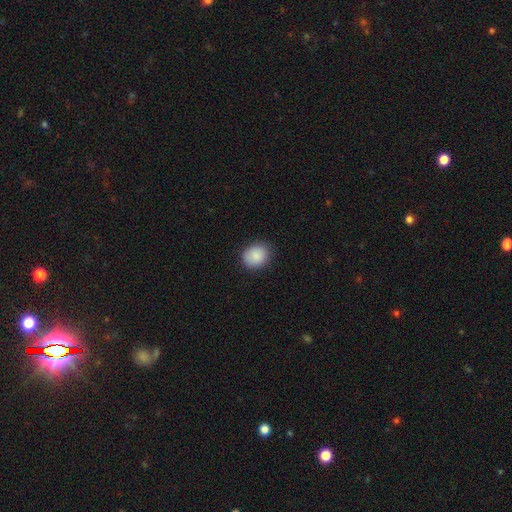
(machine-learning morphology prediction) Smooth or featured? Predicted: smooth (p=0.88). How rounded? Predicted: round (p=0.64). Merging? Predicted: none (p=0.82).